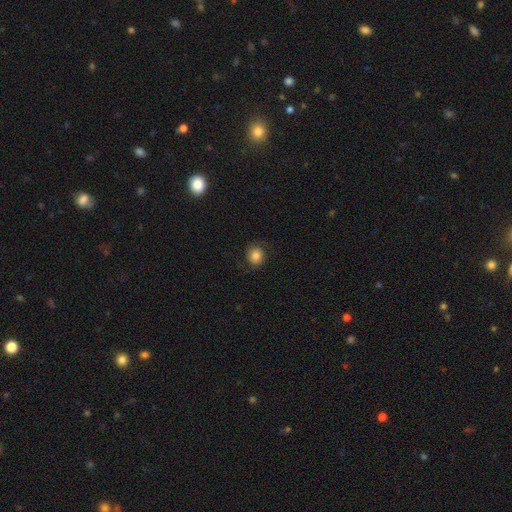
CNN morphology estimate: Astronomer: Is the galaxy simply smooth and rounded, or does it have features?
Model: smooth — 79%.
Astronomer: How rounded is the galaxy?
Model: round — 83%.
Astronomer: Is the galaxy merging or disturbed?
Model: none — 80%.